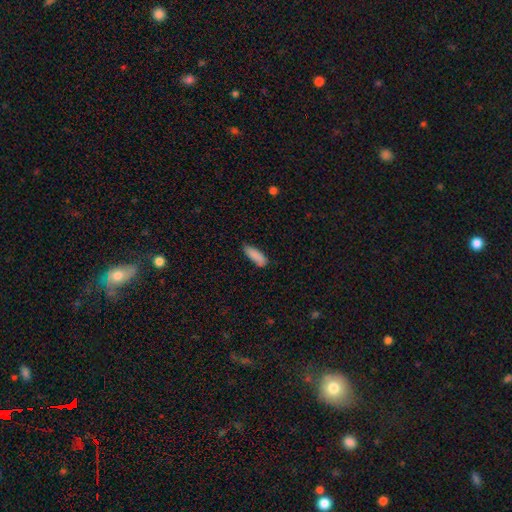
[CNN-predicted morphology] smooth-or-featured: smooth: 87% | star or artifact: 7% | featured or disk: 6%
  how-rounded: in between: 59% | cigar-shaped: 39% | round: 2%
  merging: none: 68% | minor disturbance: 26% | major disturbance: 4% | merger: 2%